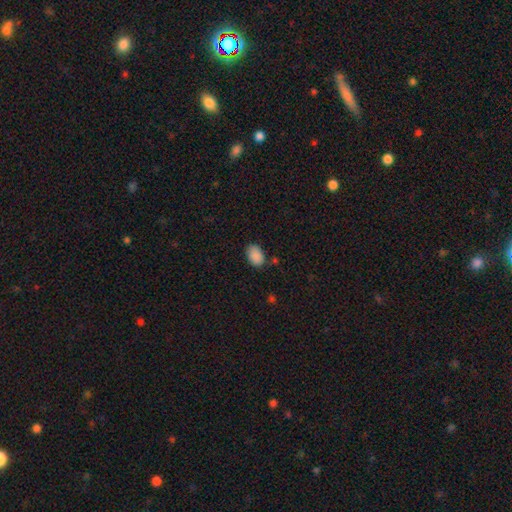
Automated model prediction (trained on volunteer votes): Smooth or featured?
  - smooth: 89% *
  - star or artifact: 8%
  - featured or disk: 3%
How rounded?
  - in between: 86% *
  - round: 13%
  - cigar-shaped: 1%
Merging?
  - none: 77% *
  - minor disturbance: 17%
  - major disturbance: 3%
  - merger: 3%